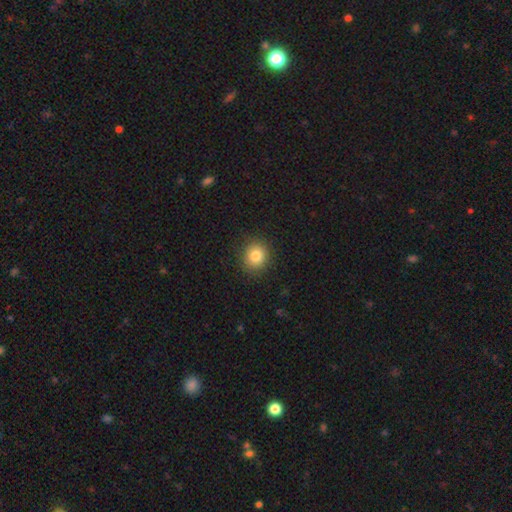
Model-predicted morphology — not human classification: Overall: smooth (82%). How rounded: round (83%). Merging: none (89%).